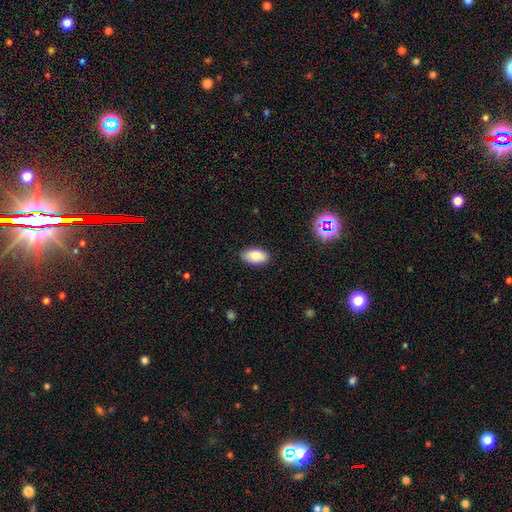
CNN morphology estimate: A smooth galaxy with no disk features (83%) that is in between round and cigar-shaped (94%).

Vote fractions:
- Smooth or featured? smooth: 83% / featured or disk: 9% / star or artifact: 8%
- How rounded? in between: 94% / round: 4% / cigar-shaped: 2%
- Merging? none: 87% / minor disturbance: 10% / major disturbance: 2% / merger: 1%